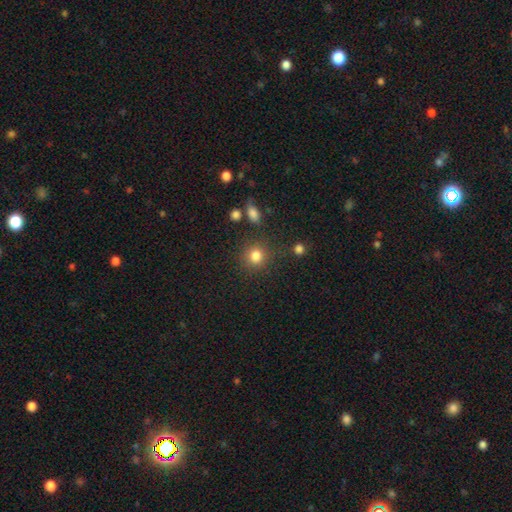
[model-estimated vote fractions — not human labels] The model was most divided on "smooth or featured": smooth: 82%, star or artifact: 12%, featured or disk: 6%. More confident: how rounded — round (87%); merging — none (81%).